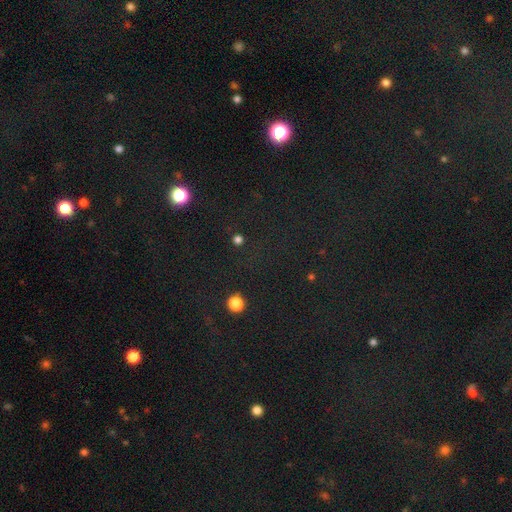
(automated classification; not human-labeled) star or artifact 74%, smooth 18%, featured or disk 8%.